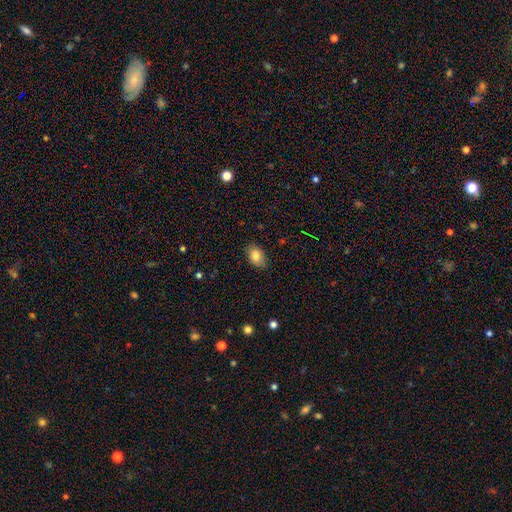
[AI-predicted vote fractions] The model was most divided on "merging": none: 84%, minor disturbance: 13%, major disturbance: 3%, merger: 1%. More confident: how rounded — in between (85%); smooth or featured — smooth (84%).